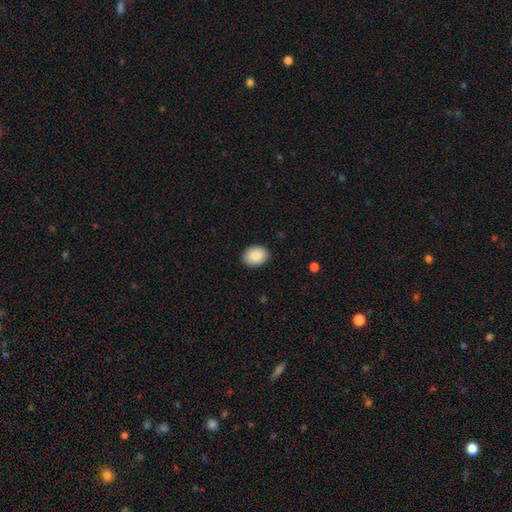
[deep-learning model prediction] A smooth galaxy with no disk features (89%) that is in between round and cigar-shaped (67%).

Vote fractions:
- Smooth or featured? smooth: 89% / star or artifact: 7% / featured or disk: 5%
- How rounded? in between: 67% / round: 32% / cigar-shaped: 1%
- Merging? none: 89% / minor disturbance: 8% / major disturbance: 2% / merger: 1%